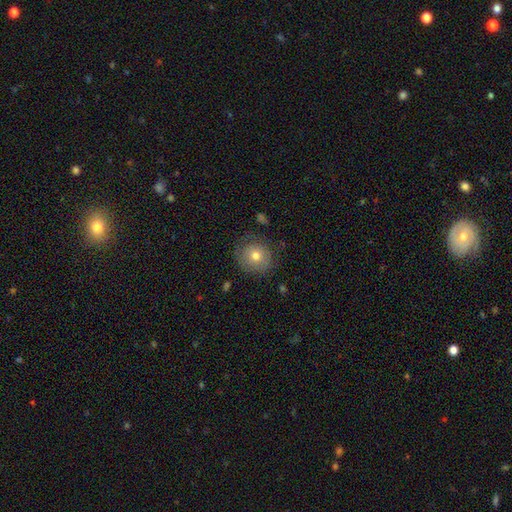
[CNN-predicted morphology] Smooth or featured: smooth — 68% (featured or disk — 23%)
How rounded: round — 90% (in between — 10%)
Merging: none — 72% (minor disturbance — 18%)